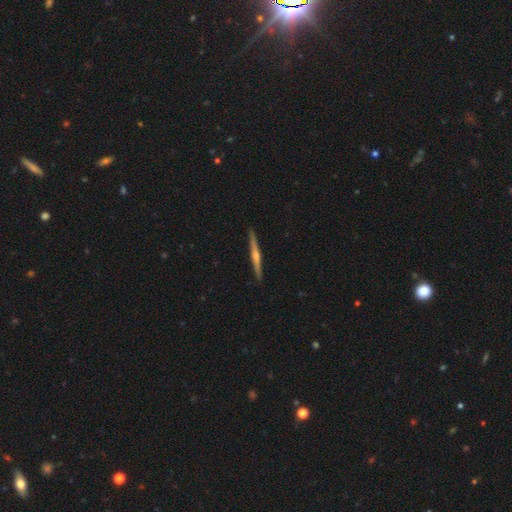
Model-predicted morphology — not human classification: type=featured or disk (72%); edge-on=yes (98%); edge-on bulge=rounded (83%); merging=none (92%).